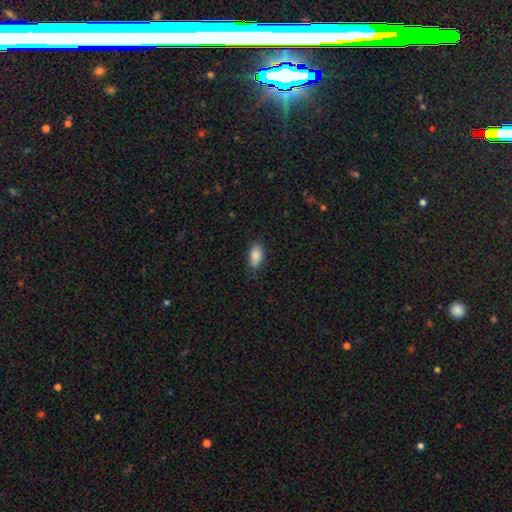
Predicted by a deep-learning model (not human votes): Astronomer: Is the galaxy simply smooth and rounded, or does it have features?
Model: smooth — 87%.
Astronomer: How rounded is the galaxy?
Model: in between — 91%.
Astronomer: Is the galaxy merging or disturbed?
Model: none — 74%.